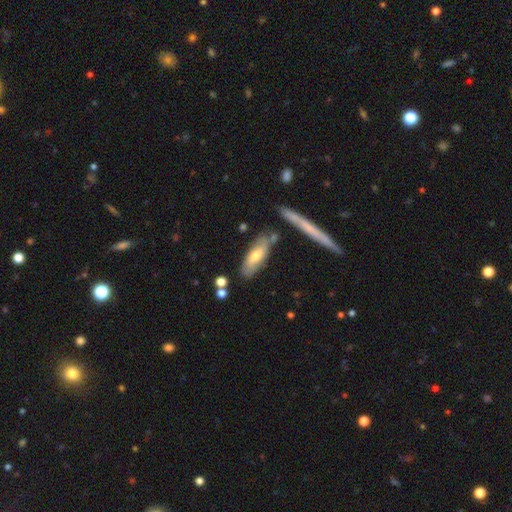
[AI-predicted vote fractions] smooth_or_featured: smooth (p=0.57) [alt: featured or disk p=0.37]
how_rounded: in between (p=0.55) [alt: cigar-shaped p=0.43]
merging: none (p=0.71) [alt: minor disturbance p=0.16]